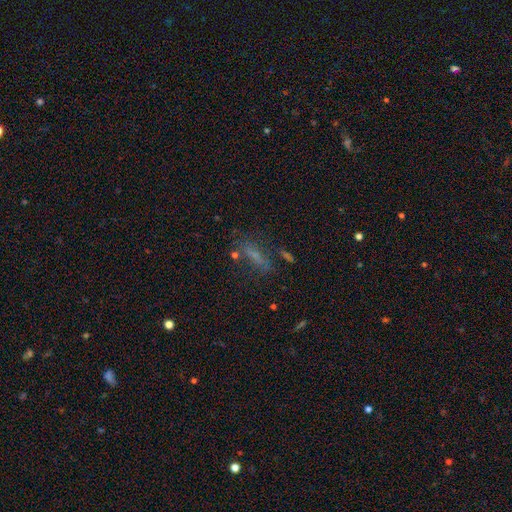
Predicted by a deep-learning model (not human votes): The model was most divided on "smooth or featured": smooth: 47%, featured or disk: 28%, star or artifact: 25%. More confident: merging — none (60%).